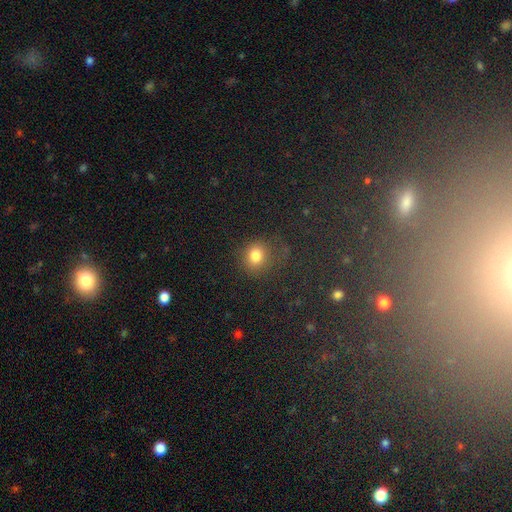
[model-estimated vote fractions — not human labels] Overall: smooth (78%). How rounded: round (71%). Merging: none (70%).